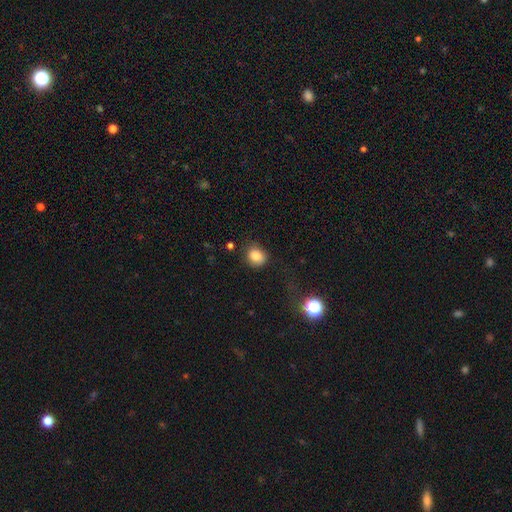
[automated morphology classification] Smooth or featured: smooth — 83% (star or artifact — 11%)
How rounded: round — 71% (in between — 28%)
Merging: none — 75% (minor disturbance — 17%)